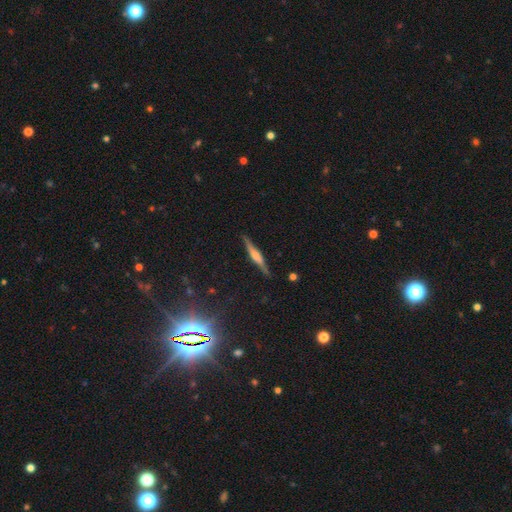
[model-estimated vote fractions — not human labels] This is likely a featured or disk galaxy (67%). It is clearly viewed edge-on (97%). Edge-on bulge: possibly rounded (57%). Merging: clearly none (88%).